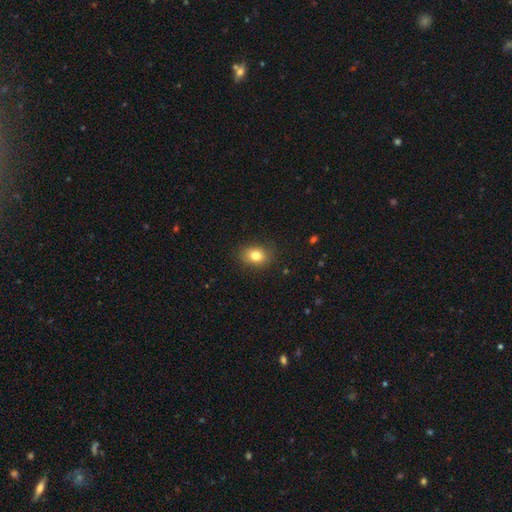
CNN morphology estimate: Smooth or featured: smooth — 80% (star or artifact — 11%)
How rounded: in between — 58% (round — 41%)
Merging: none — 85% (minor disturbance — 11%)